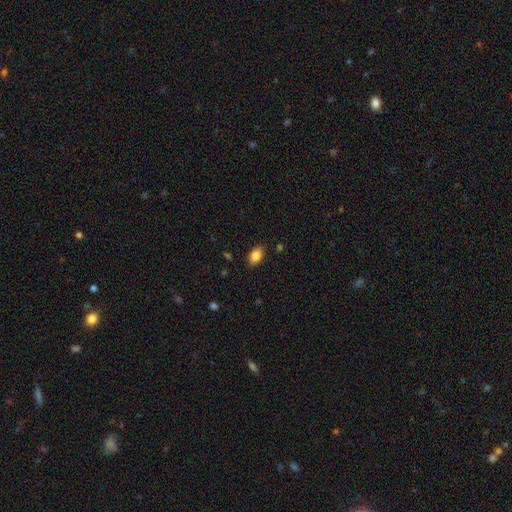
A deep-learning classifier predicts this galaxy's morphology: Overall: smooth (86%). How rounded: in between (88%). Merging: none (86%).